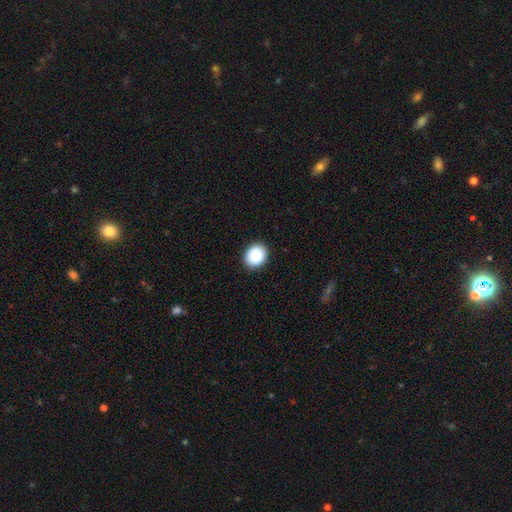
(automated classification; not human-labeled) smooth 86%, star or artifact 8%, featured or disk 7%. Down the decision tree: how rounded — round (62%); merging — none (90%).